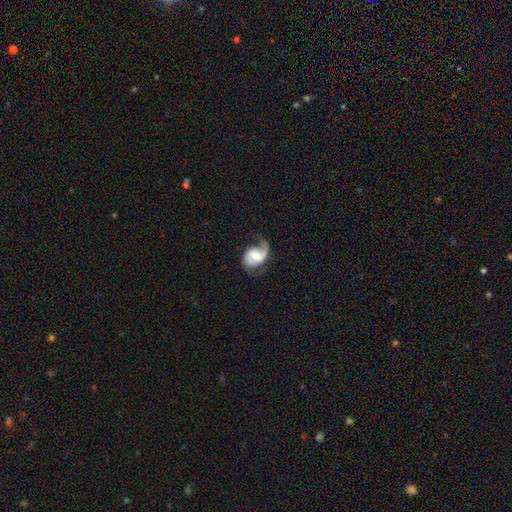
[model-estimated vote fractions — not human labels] Q: Smooth or featured?
A: featured or disk (79%); runner-up: smooth (15%)
Q: Edge-on disk?
A: no (98%); runner-up: yes (2%)
Q: Bar?
A: weak (43%); runner-up: no (41%)
Q: Spiral arms?
A: yes (95%); runner-up: no (5%)
Q: Spiral winding?
A: loose (43%); runner-up: medium (41%)
Q: Spiral arm count?
A: 2 (58%); runner-up: 1 (37%)
Q: Bulge size?
A: moderate (57%); runner-up: small (28%)
Q: Merging?
A: none (54%); runner-up: minor disturbance (24%)